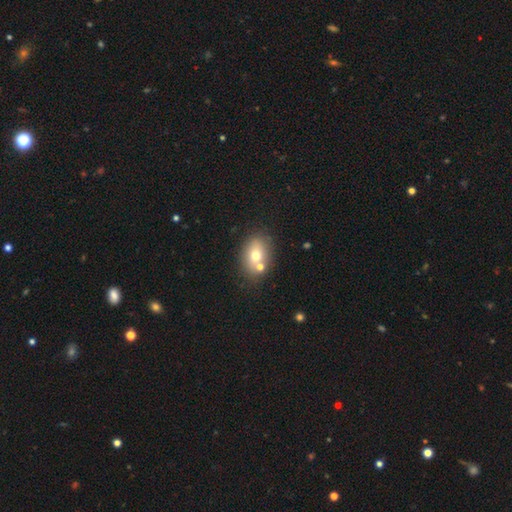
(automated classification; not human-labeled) Overall: smooth (69%). How rounded: in between (68%; round 31%). Merging: none (66%).